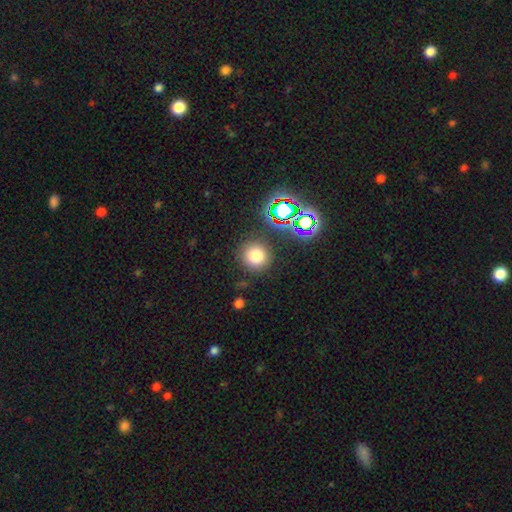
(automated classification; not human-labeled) Morphology: type=smooth (74%); roundness=round (94%); merging=none (85%).